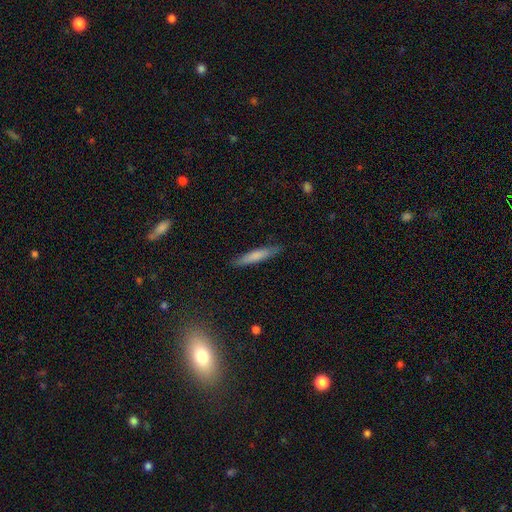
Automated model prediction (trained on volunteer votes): Overall: smooth (73%). How rounded: cigar-shaped (90%). Merging: none (86%).